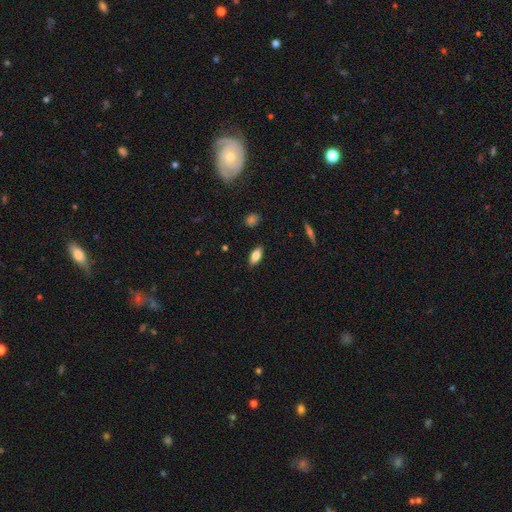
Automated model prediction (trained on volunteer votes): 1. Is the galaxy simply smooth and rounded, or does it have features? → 76% smooth, 17% featured or disk, 8% star or artifact.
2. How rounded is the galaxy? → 80% in between, 17% cigar-shaped, 3% round.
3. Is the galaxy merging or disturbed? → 87% none, 10% minor disturbance, 2% major disturbance, 1% merger.